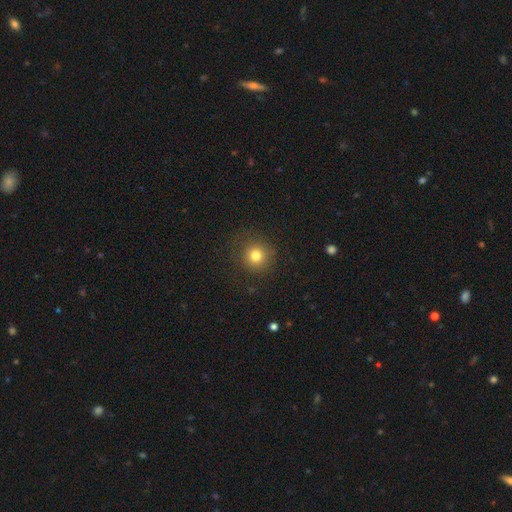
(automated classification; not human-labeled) This is likely a smooth galaxy (80%). How rounded: clearly round (93%). Merging: clearly none (86%).